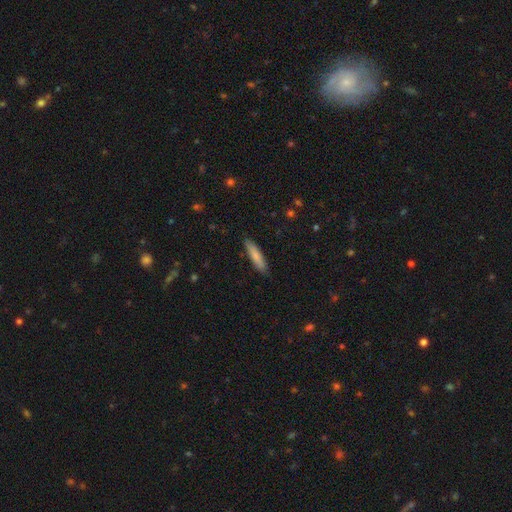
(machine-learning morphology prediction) type=smooth (80%); roundness=cigar-shaped (84%); merging=none (87%).